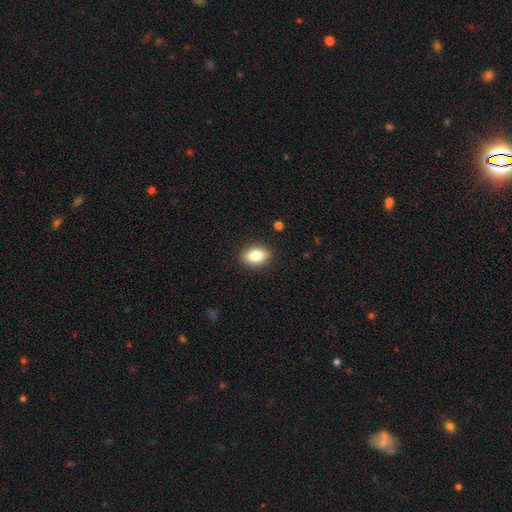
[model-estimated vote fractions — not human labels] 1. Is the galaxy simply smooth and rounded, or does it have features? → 81% smooth, 11% featured or disk, 8% star or artifact.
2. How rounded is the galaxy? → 82% in between, 15% round, 3% cigar-shaped.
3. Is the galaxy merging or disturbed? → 88% none, 9% minor disturbance, 2% major disturbance, 1% merger.